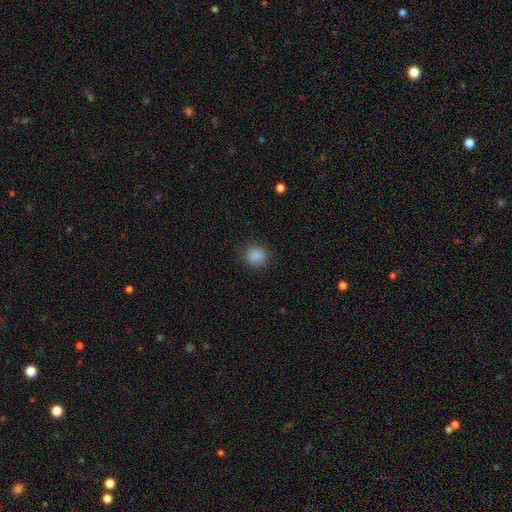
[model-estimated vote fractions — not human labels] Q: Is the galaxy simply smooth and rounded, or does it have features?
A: smooth — 87%.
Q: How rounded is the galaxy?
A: round — 84%.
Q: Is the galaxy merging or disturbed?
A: none — 87%.